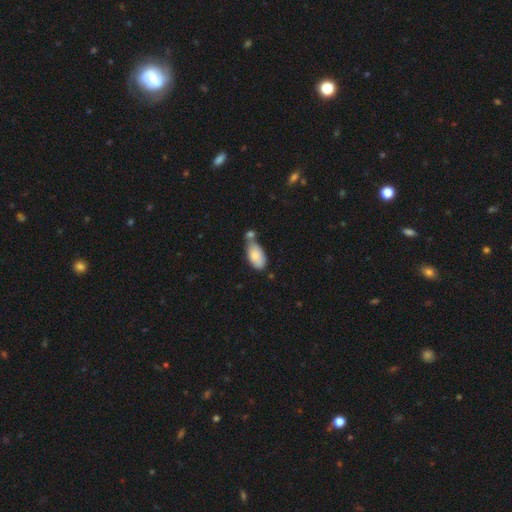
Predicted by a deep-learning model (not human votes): The model was most divided on "merging": none: 37%, merger: 36%, minor disturbance: 21%, major disturbance: 6%. More confident: how rounded — in between (93%); smooth or featured — smooth (81%).